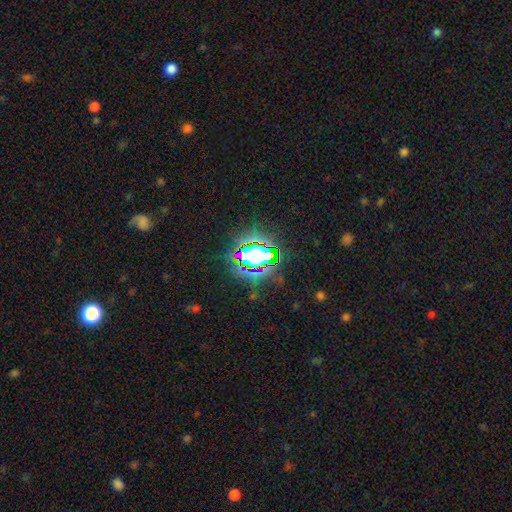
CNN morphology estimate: type=star or artifact (62%).